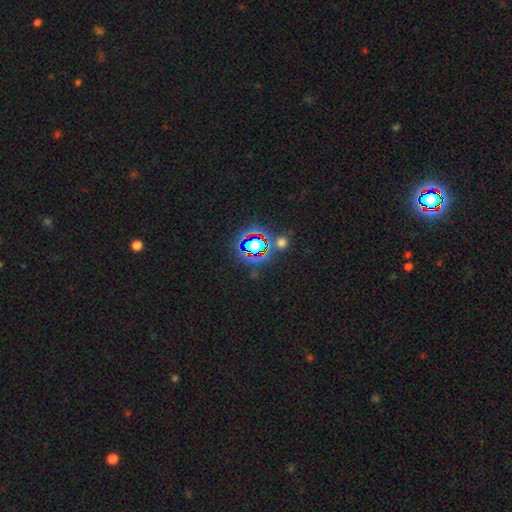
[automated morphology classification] A star or artifact, not a galaxy (82%).

Vote fractions:
- Smooth or featured? star or artifact: 82% / smooth: 11% / featured or disk: 7%